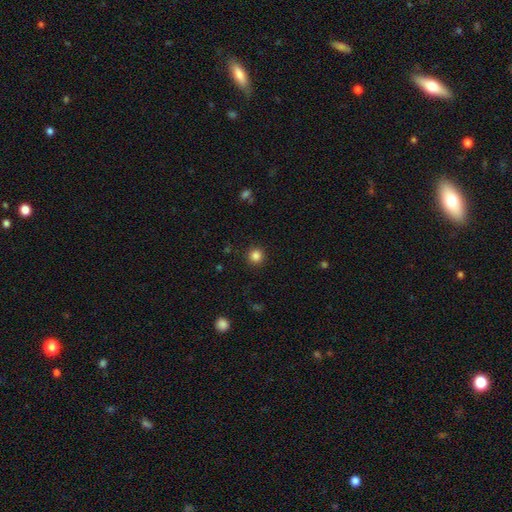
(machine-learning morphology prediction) smooth-or-featured: smooth: 85% | star or artifact: 12% | featured or disk: 4%
  how-rounded: round: 94% | in between: 5% | cigar-shaped: 1%
  merging: none: 91% | minor disturbance: 5% | major disturbance: 2% | merger: 1%